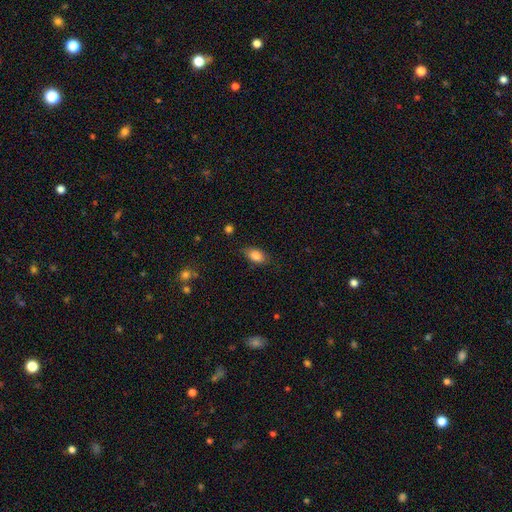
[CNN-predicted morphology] Smooth or featured? Predicted: smooth (p=0.84). How rounded? Predicted: in between (p=0.89). Merging? Predicted: none (p=0.79).